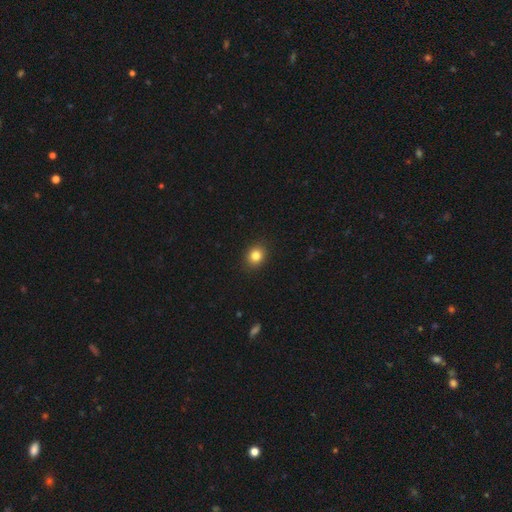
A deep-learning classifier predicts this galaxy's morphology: Smooth or featured?
  - smooth: 83% *
  - star or artifact: 11%
  - featured or disk: 6%
How rounded?
  - round: 66% *
  - in between: 33%
  - cigar-shaped: 1%
Merging?
  - none: 91% *
  - minor disturbance: 6%
  - major disturbance: 2%
  - merger: 1%